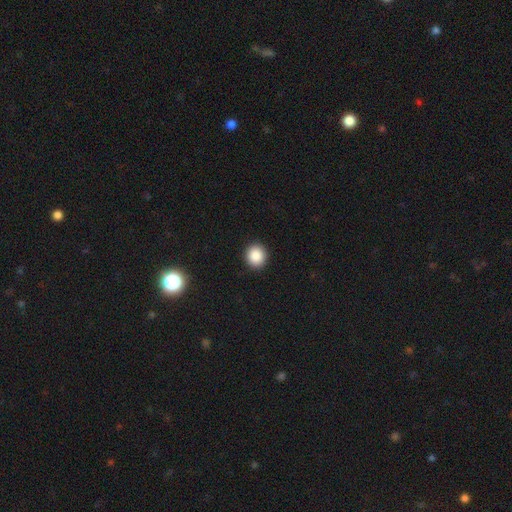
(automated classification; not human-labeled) smooth_or_featured: smooth (p=0.87) [alt: star or artifact p=0.09]
how_rounded: round (p=0.90) [alt: in between p=0.09]
merging: none (p=0.92) [alt: minor disturbance p=0.05]